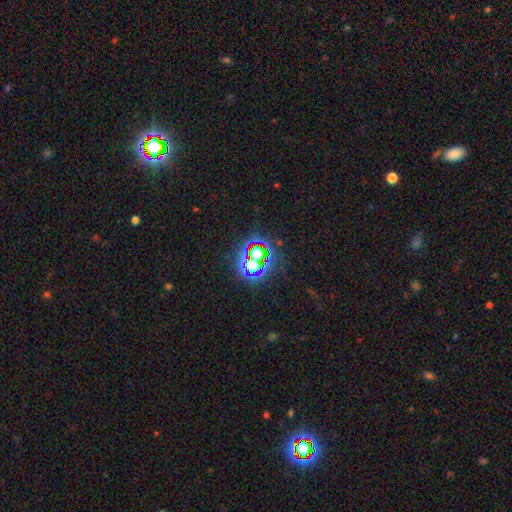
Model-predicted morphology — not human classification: This is likely a star or artifact rather than a galaxy (73%).